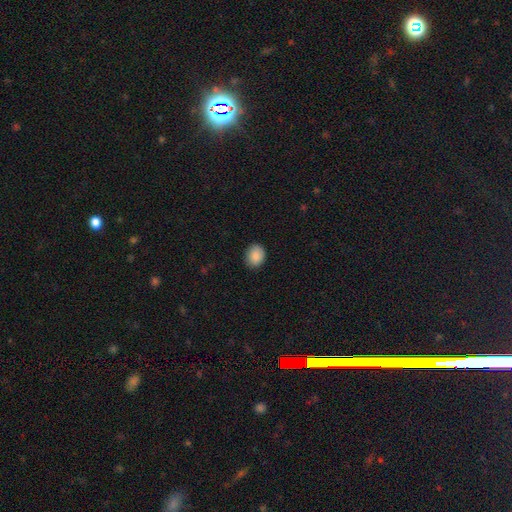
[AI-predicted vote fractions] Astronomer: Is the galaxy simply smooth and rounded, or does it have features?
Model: smooth — 89%.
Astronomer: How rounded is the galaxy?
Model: round — 53% (runner-up: in between, 47%).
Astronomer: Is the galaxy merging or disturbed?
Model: none — 88%.